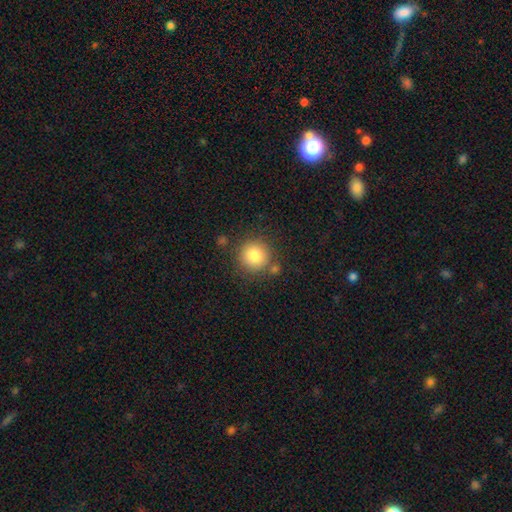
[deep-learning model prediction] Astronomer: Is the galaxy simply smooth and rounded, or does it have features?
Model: smooth — 85%.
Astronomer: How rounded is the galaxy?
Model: round — 94%.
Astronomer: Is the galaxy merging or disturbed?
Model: none — 80%.